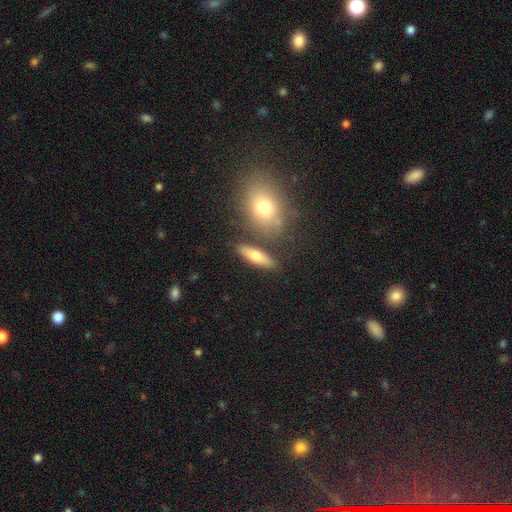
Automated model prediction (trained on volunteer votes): A smooth galaxy with no disk features (66%) that is cigar-shaped (47%).

Vote fractions:
- Smooth or featured? smooth: 66% / featured or disk: 26% / star or artifact: 8%
- How rounded? cigar-shaped: 47% / in between: 46% / round: 7%
- Merging? none: 77% / minor disturbance: 10% / merger: 9% / major disturbance: 3%